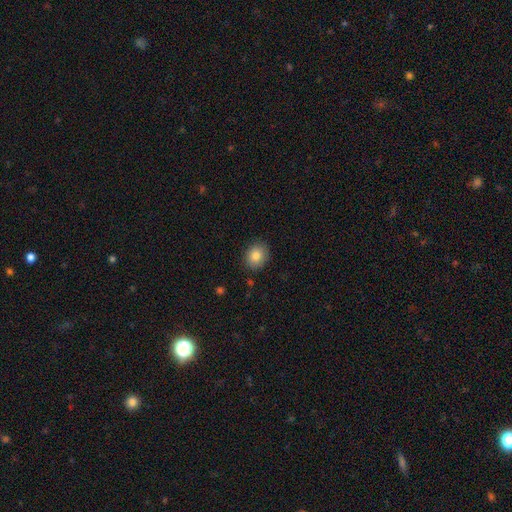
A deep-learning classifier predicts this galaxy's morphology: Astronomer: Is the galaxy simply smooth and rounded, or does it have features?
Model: smooth — 85%.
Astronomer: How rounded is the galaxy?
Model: round — 53% (runner-up: in between, 46%).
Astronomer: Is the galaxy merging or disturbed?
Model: none — 85%.